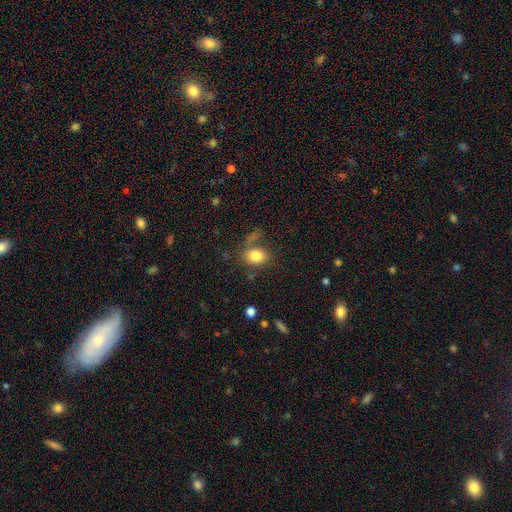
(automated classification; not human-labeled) Smooth or featured: smooth — 81% (featured or disk — 10%)
How rounded: in between — 71% (round — 28%)
Merging: none — 56% (minor disturbance — 18%)